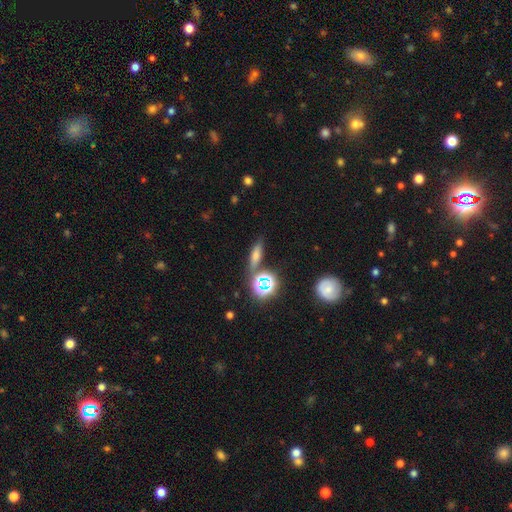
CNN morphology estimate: smooth-or-featured: smooth: 59% | star or artifact: 24% | featured or disk: 16%
  how-rounded: cigar-shaped: 53% | in between: 36% | round: 12%
  merging: none: 72% | minor disturbance: 14% | merger: 10% | major disturbance: 5%